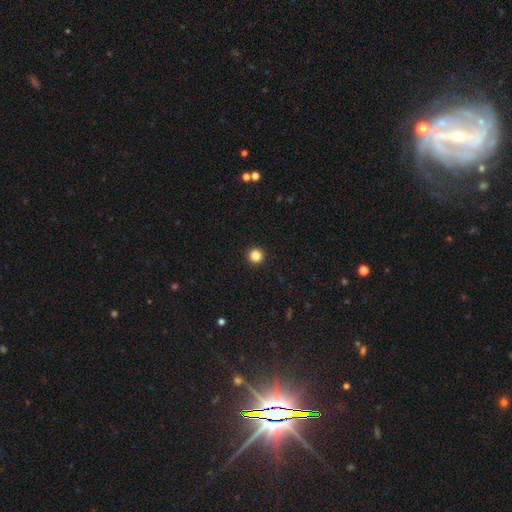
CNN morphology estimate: This is clearly a smooth galaxy (84%). How rounded: clearly round (96%). Merging: clearly none (94%).